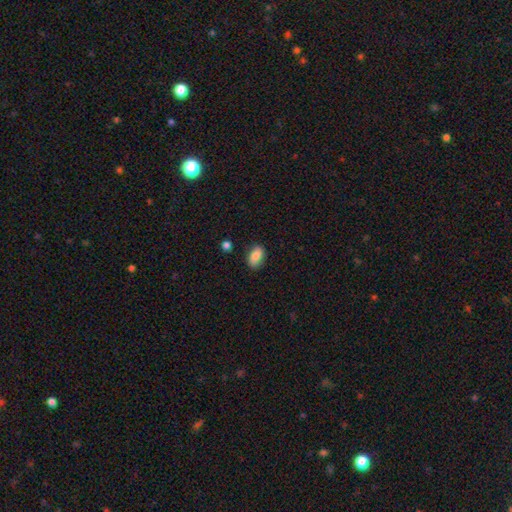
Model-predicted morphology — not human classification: This appears to be a smooth galaxy with no disk features (83%) that is in between round and cigar-shaped (89%). Merging: none (81%).